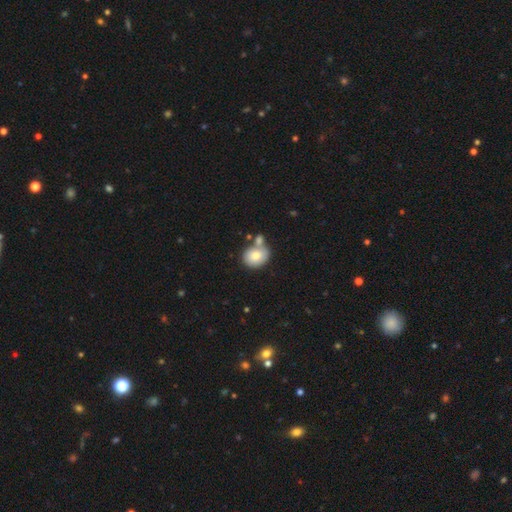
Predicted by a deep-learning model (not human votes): smooth-or-featured: smooth: 79% | featured or disk: 13% | star or artifact: 8%
  how-rounded: round: 54% | in between: 45% | cigar-shaped: 1%
  merging: none: 51% | merger: 31% | minor disturbance: 14% | major disturbance: 4%